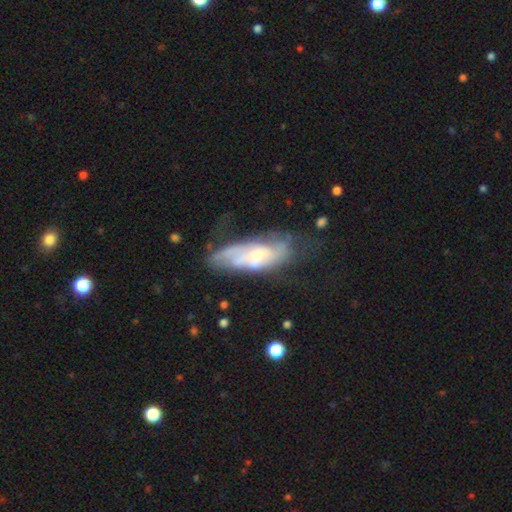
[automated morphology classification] smooth_or_featured: featured or disk (p=0.62) [alt: smooth p=0.31]
disk_edge_on: no (p=0.83) [alt: yes p=0.17]
bar: no (p=0.70) [alt: weak p=0.24]
has_spiral_arms: yes (p=0.63) [alt: no p=0.37]
bulge_size: small (p=0.53) [alt: moderate p=0.38]
merging: none (p=0.41) [alt: minor disturbance p=0.26]